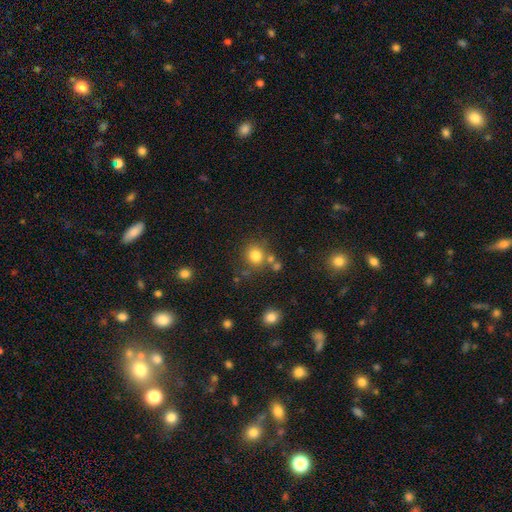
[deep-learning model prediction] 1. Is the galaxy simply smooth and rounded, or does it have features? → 80% smooth, 13% star or artifact, 7% featured or disk.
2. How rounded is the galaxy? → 86% round, 13% in between, 1% cigar-shaped.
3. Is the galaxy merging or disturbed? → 72% none, 13% merger, 11% minor disturbance, 4% major disturbance.